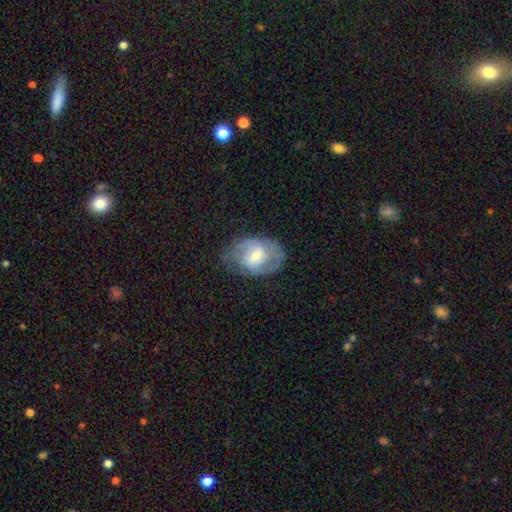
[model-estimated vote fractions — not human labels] Smooth or featured: featured or disk — 67% (smooth — 26%)
Edge-on disk: no — 96% (yes — 4%)
Bar: weak — 56% (no — 25%)
Spiral arms: yes — 85% (no — 15%)
Spiral winding: medium — 46% (tight — 35%)
Spiral arm count: 2 — 68% (can't tell — 19%)
Bulge size: moderate — 46% (small — 44%)
Merging: none — 66% (minor disturbance — 21%)